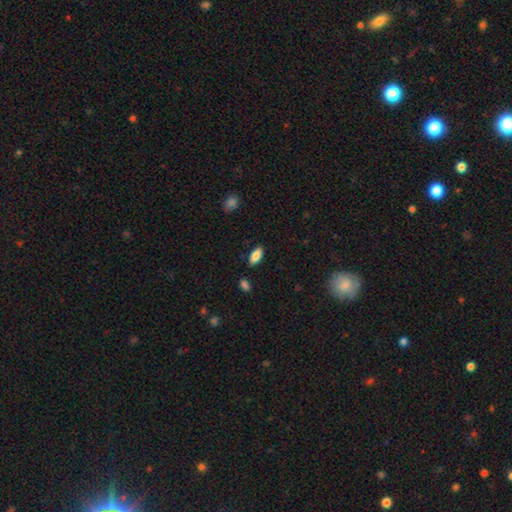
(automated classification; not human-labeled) Q: Smooth or featured?
A: smooth (84%); runner-up: featured or disk (9%)
Q: How rounded?
A: in between (87%); runner-up: cigar-shaped (11%)
Q: Merging?
A: none (86%); runner-up: minor disturbance (10%)